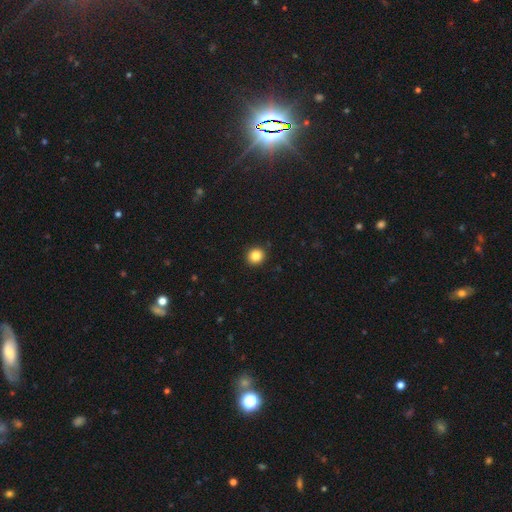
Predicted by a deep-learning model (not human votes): Morphology: type=smooth (85%); roundness=round (90%); merging=none (92%).